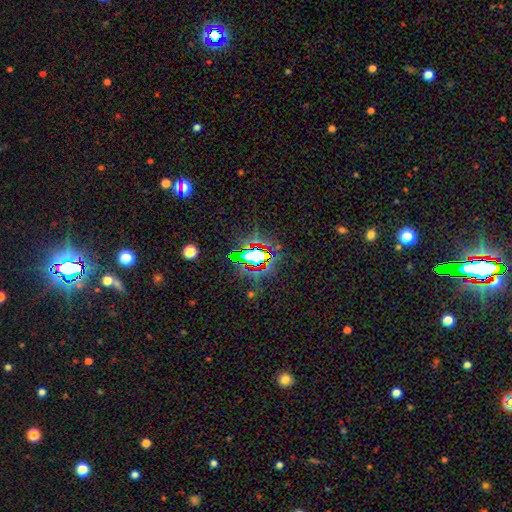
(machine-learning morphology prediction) This is likely a star or artifact rather than a galaxy (68%).